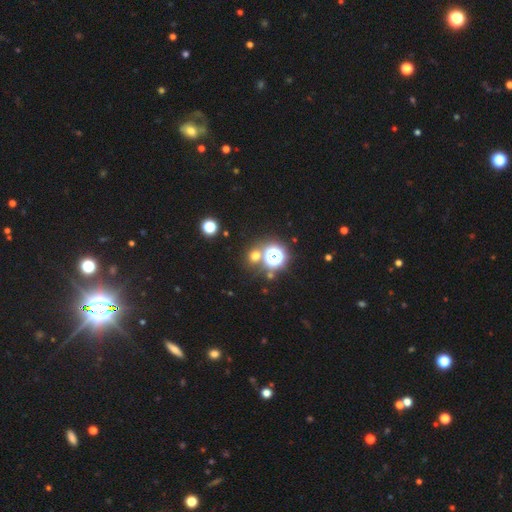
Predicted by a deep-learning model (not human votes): smooth_or_featured: smooth (p=0.58) [alt: star or artifact p=0.34]
how_rounded: round (p=0.87) [alt: in between p=0.12]
merging: none (p=0.75) [alt: merger p=0.13]